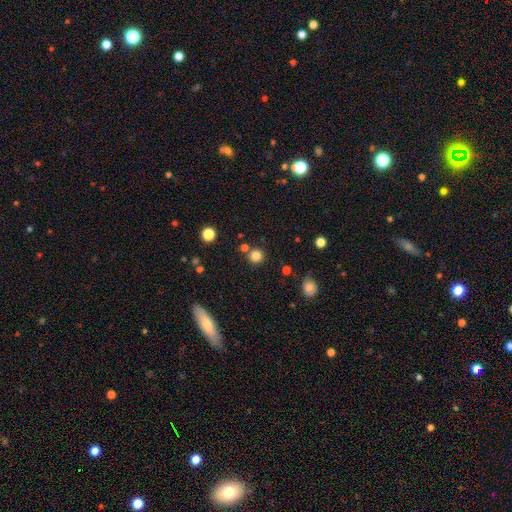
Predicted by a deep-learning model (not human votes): smooth_or_featured: smooth (p=0.82) [alt: star or artifact p=0.13]
how_rounded: round (p=0.94) [alt: in between p=0.05]
merging: none (p=0.80) [alt: merger p=0.10]